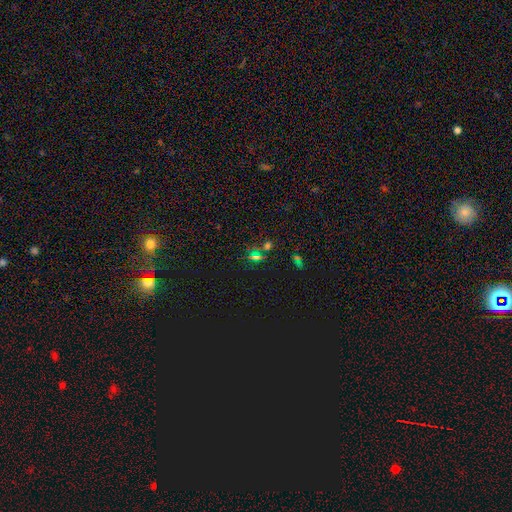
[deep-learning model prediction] Smooth or featured?
  - star or artifact: 58% *
  - smooth: 29%
  - featured or disk: 14%